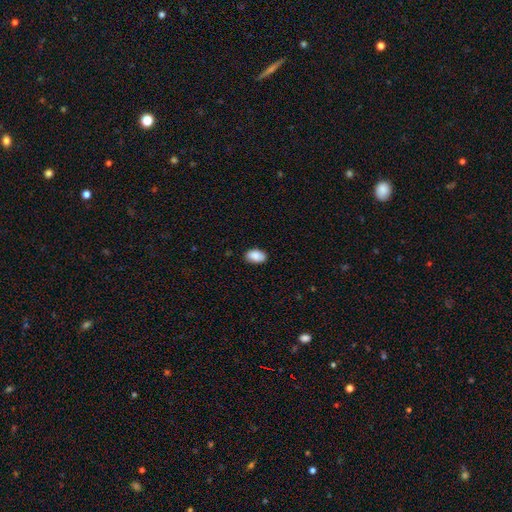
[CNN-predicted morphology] type=smooth (88%); roundness=in between (92%); merging=none (87%).